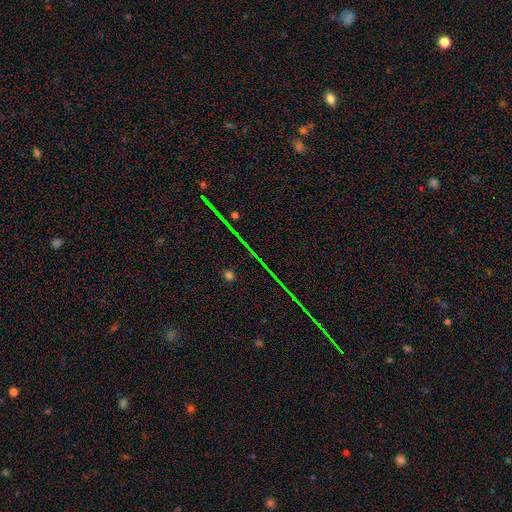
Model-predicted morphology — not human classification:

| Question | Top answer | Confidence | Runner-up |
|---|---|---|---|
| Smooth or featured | star or artifact | 80% | smooth (11%) |